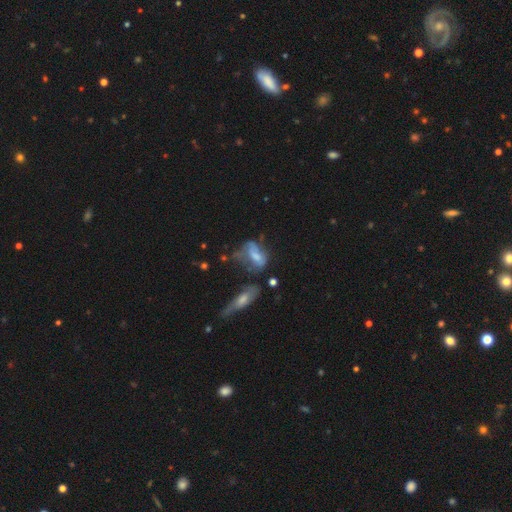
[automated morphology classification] type=smooth (46%); merging=major disturbance (35%).